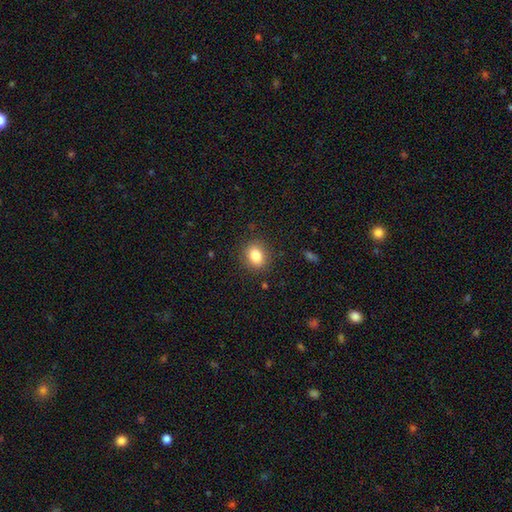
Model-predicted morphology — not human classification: smooth 84%, star or artifact 10%, featured or disk 6%. Down the decision tree: how rounded — in between (54%); merging — none (88%).